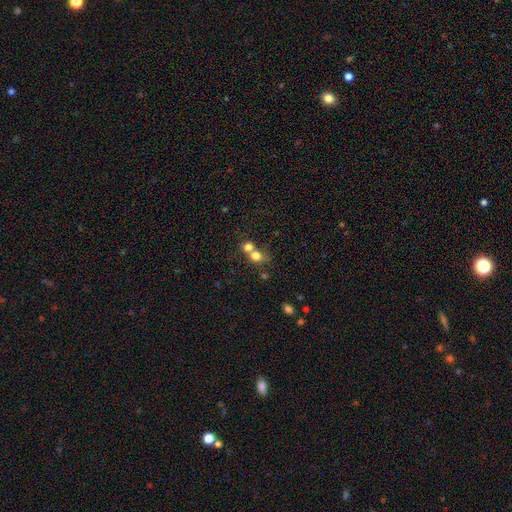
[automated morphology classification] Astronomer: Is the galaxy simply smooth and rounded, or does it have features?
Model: smooth — 75%.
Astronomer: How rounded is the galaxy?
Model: round — 75%.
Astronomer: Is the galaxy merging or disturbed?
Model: merger — 57% (runner-up: none, 33%).